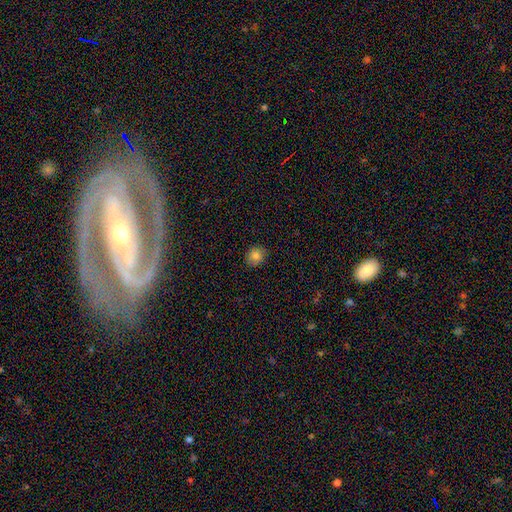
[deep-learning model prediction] Morphology: type=smooth (81%); roundness=round (75%); merging=none (87%).